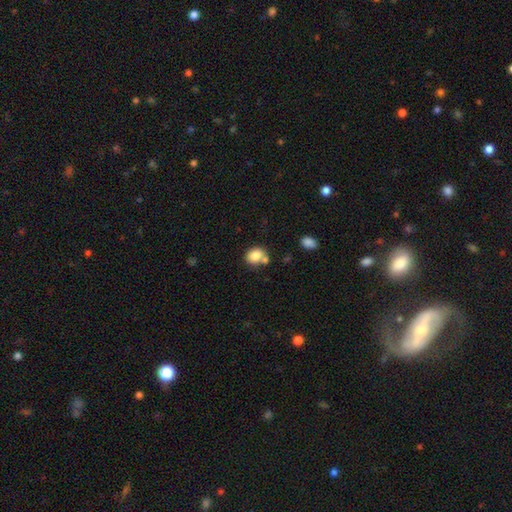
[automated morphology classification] Smooth or featured: smooth — 82% (featured or disk — 9%)
How rounded: round — 56% (in between — 43%)
Merging: none — 57% (merger — 26%)